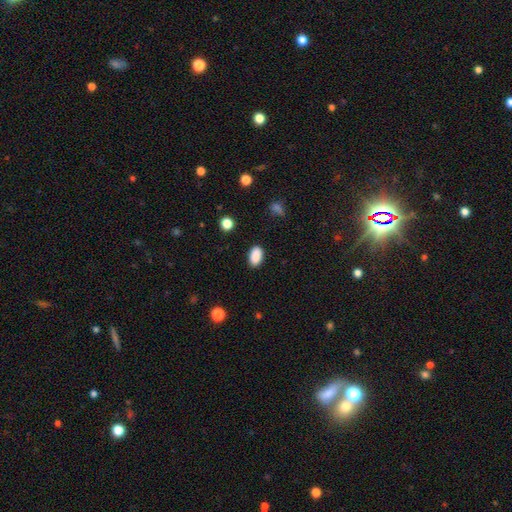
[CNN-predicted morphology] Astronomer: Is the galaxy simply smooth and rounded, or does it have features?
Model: smooth — 89%.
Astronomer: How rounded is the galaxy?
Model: in between — 92%.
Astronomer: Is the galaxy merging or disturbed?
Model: none — 87%.